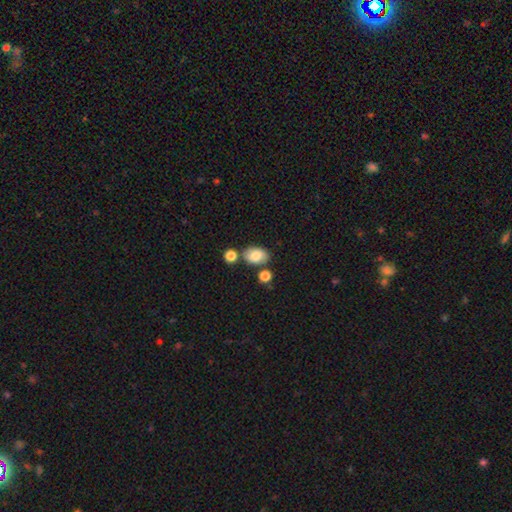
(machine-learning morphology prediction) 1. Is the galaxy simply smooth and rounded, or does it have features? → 81% smooth, 11% featured or disk, 9% star or artifact.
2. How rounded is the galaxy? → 84% in between, 15% round, 1% cigar-shaped.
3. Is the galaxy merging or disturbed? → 71% none, 14% minor disturbance, 12% merger, 4% major disturbance.